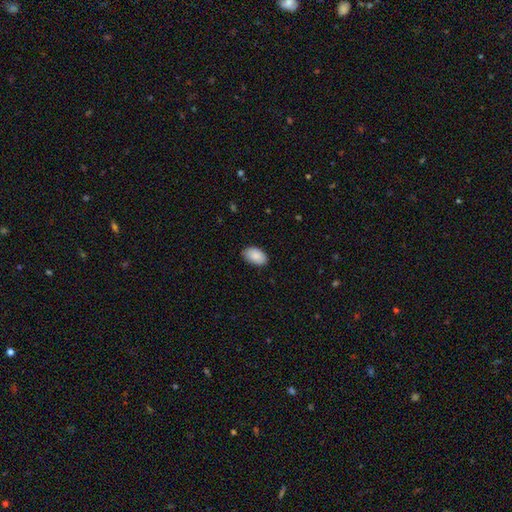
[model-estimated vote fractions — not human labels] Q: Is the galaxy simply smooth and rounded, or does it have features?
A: smooth — 89%.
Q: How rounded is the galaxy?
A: in between — 94%.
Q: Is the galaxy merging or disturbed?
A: none — 85%.